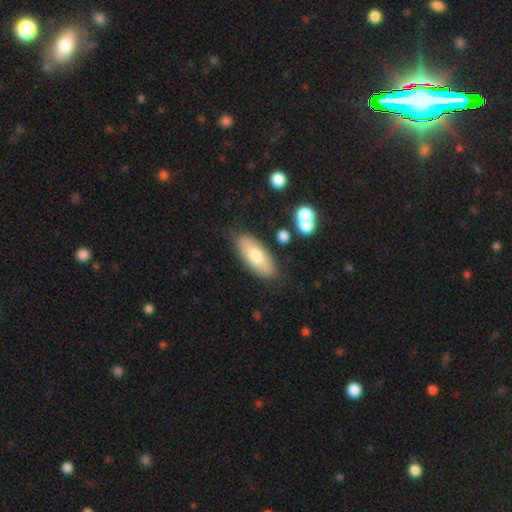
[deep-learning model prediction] A smooth galaxy with no disk features (70%) that is in between round and cigar-shaped (78%). Merging: none (82%).